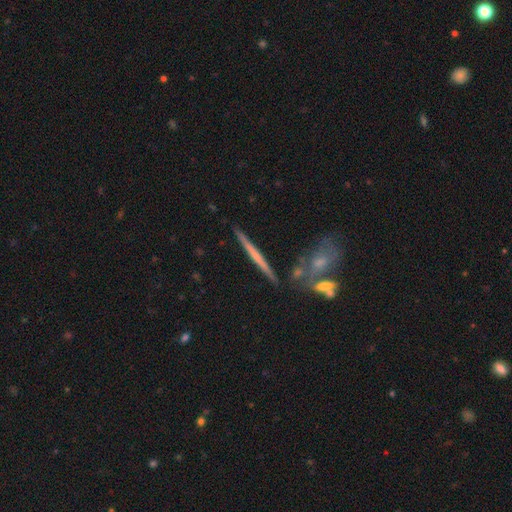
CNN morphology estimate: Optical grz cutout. It shows a featured or disk galaxy (56%) viewed edge-on (96%) with no central bulge (77%). Merging: none (83%).